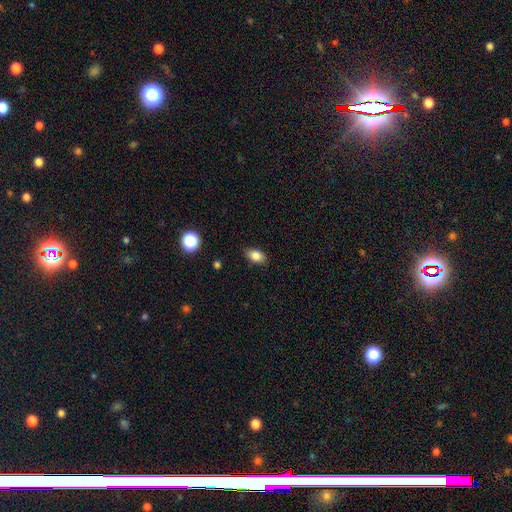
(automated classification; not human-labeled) Smooth or featured?
  - smooth: 83% *
  - star or artifact: 10%
  - featured or disk: 7%
How rounded?
  - in between: 83% *
  - round: 14%
  - cigar-shaped: 2%
Merging?
  - none: 81% *
  - minor disturbance: 15%
  - major disturbance: 3%
  - merger: 1%